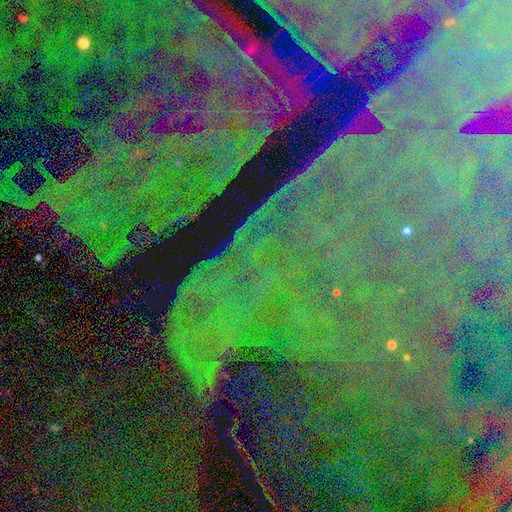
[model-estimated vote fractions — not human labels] Overall: star or artifact (86%).